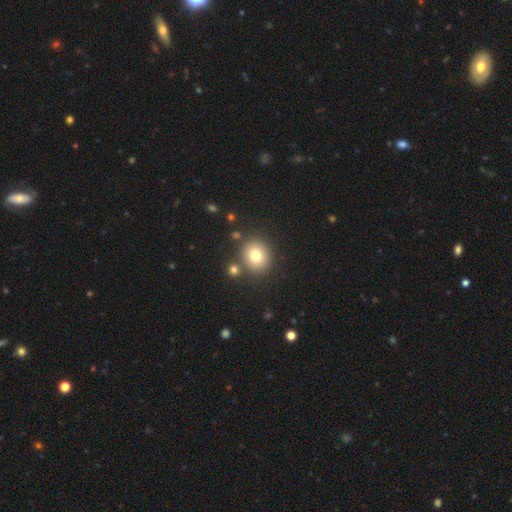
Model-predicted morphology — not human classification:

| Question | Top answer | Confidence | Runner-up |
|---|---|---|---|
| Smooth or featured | smooth | 77% | star or artifact (12%) |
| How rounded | round | 77% | in between (23%) |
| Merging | none | 80% | merger (9%) |